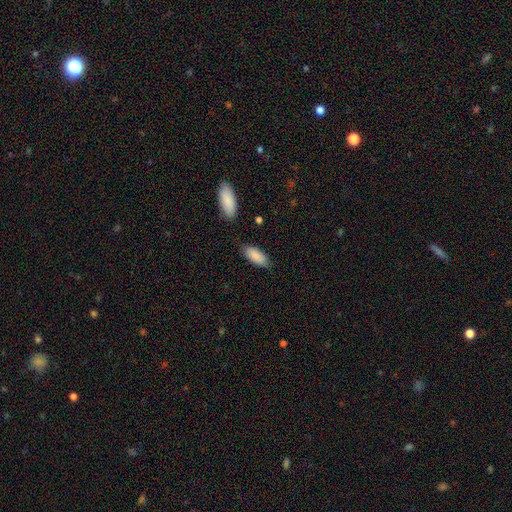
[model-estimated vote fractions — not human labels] smooth-or-featured: smooth: 88% | featured or disk: 6% | star or artifact: 6%
  how-rounded: in between: 79% | cigar-shaped: 20% | round: 2%
  merging: none: 80% | minor disturbance: 14% | merger: 3% | major disturbance: 3%